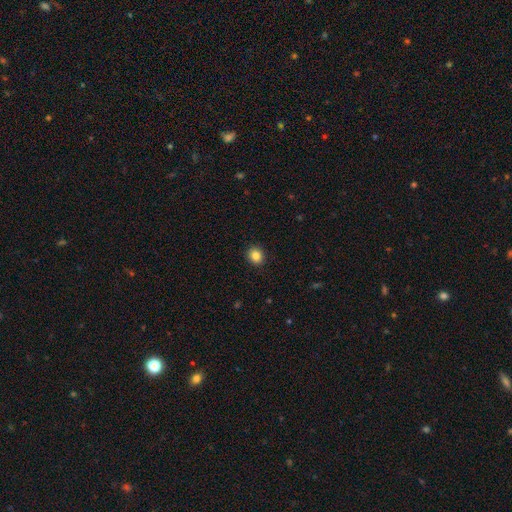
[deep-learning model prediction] Q: Smooth or featured?
A: smooth (85%); runner-up: star or artifact (10%)
Q: How rounded?
A: round (77%); runner-up: in between (22%)
Q: Merging?
A: none (92%); runner-up: minor disturbance (6%)